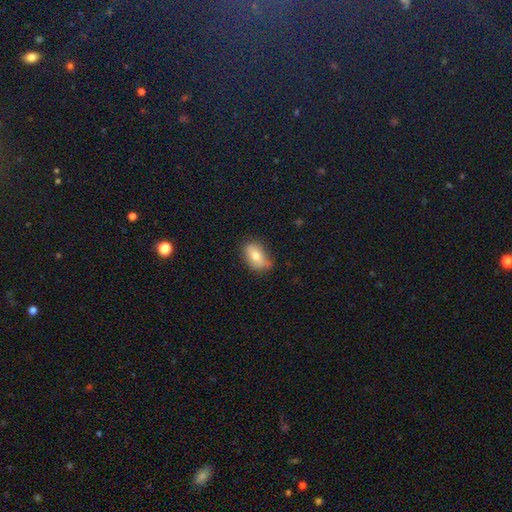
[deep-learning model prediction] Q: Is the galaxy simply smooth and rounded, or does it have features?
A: smooth — 74%.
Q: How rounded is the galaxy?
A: in between — 85%.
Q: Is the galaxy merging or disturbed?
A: none — 68%.